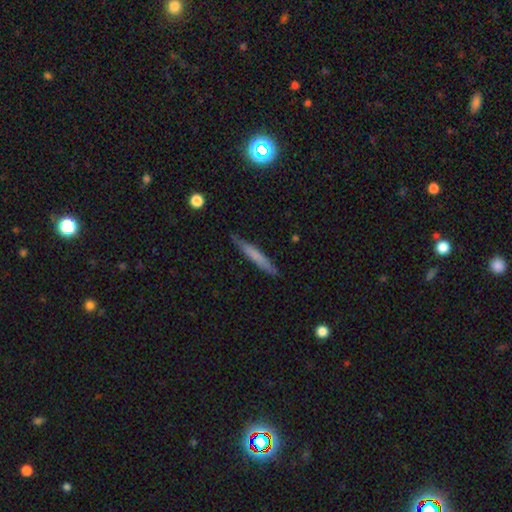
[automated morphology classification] A smooth galaxy with no disk features (64%) that is cigar-shaped (94%).

Vote fractions:
- Smooth or featured? smooth: 64% / featured or disk: 29% / star or artifact: 7%
- How rounded? cigar-shaped: 94% / in between: 4% / round: 1%
- Merging? none: 84% / minor disturbance: 13% / major disturbance: 2% / merger: 2%